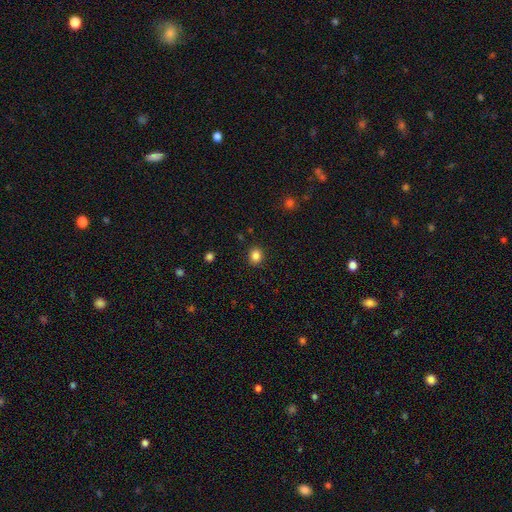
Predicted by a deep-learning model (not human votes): This is clearly a smooth galaxy (85%). How rounded: likely round (74%). Merging: clearly none (90%).